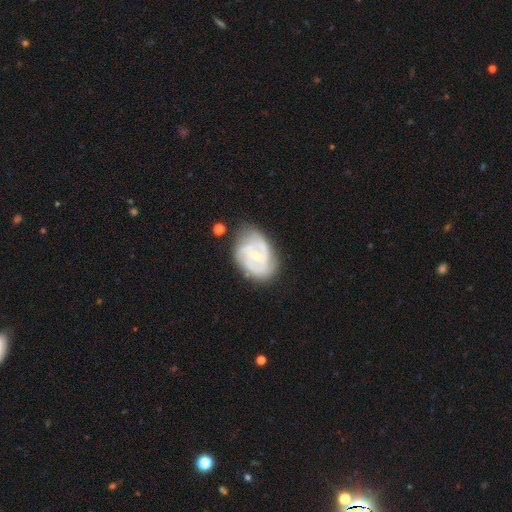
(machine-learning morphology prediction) A featured or disk galaxy (78%) with no bar (44%, tied with weak), 2 (45%) tight (49%) spiral arms (86%) and a small central bulge (63%). Merging: none (60%).